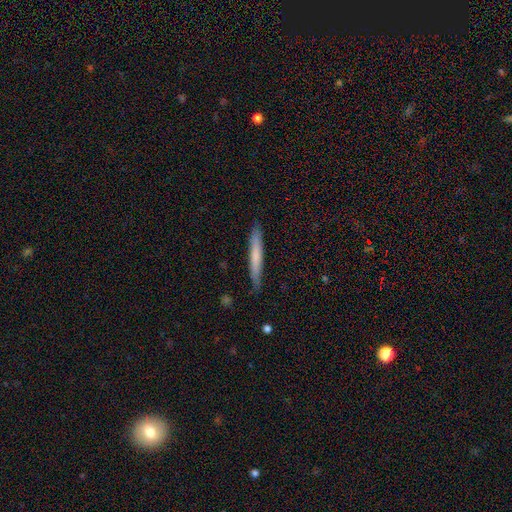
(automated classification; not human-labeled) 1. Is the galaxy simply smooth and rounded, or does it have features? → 64% smooth, 30% featured or disk, 5% star or artifact.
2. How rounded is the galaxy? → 96% cigar-shaped, 3% in between, 1% round.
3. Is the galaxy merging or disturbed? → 88% none, 9% minor disturbance, 2% major disturbance, 1% merger.